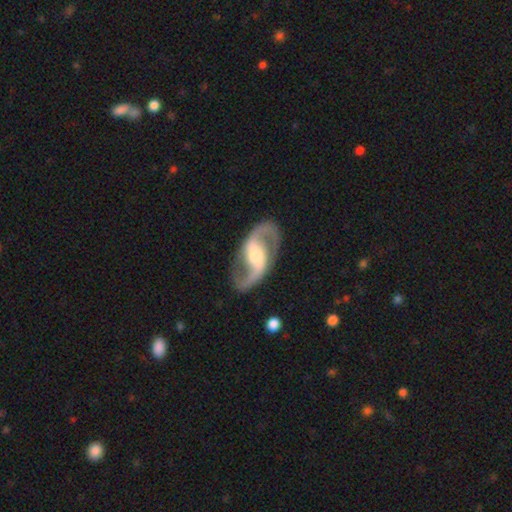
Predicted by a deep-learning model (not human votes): Smooth or featured: featured or disk — 92% (smooth — 4%)
Edge-on disk: no — 97% (yes — 3%)
Bar: weak — 40% (strong — 38%)
Spiral arms: yes — 97% (no — 3%)
Spiral winding: medium — 49% (loose — 41%)
Spiral arm count: 2 — 94% (can't tell — 1%)
Bulge size: moderate — 57% (small — 28%)
Merging: none — 86% (minor disturbance — 9%)